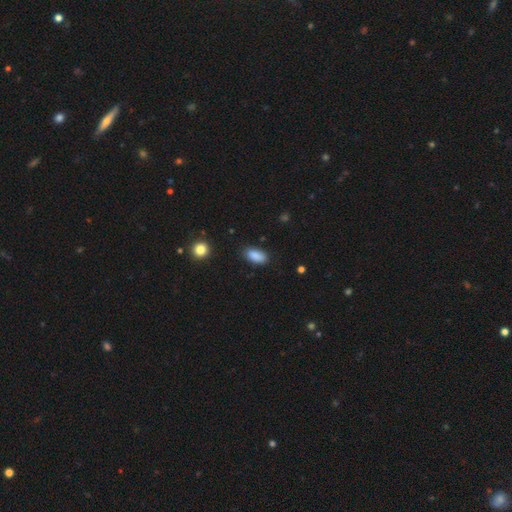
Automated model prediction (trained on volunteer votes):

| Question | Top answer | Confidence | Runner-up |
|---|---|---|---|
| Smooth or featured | smooth | 88% | star or artifact (7%) |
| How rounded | in between | 92% | cigar-shaped (5%) |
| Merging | none | 86% | minor disturbance (11%) |